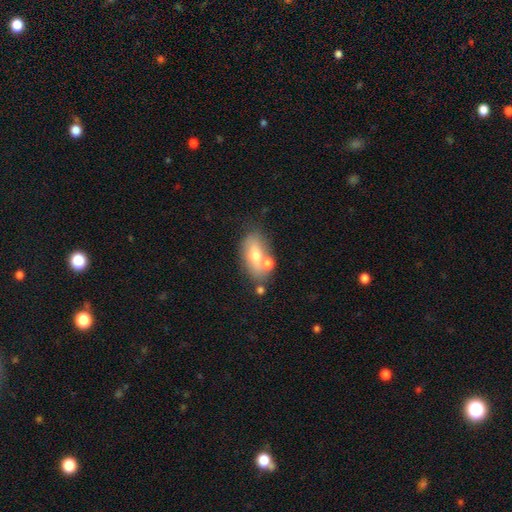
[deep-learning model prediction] Overall: smooth (61%; featured or disk 30%). How rounded: in between (86%). Merging: none (55%; merger 22%).